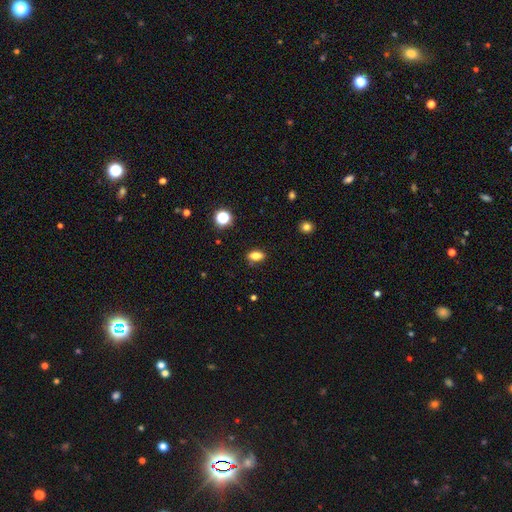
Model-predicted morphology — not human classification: Smooth or featured? smooth (79%)
How rounded? in between (82%)
Merging? none (86%)